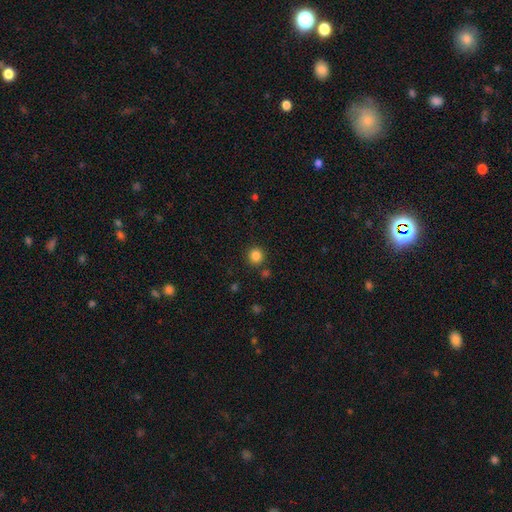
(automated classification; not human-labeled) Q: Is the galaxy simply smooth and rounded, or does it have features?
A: smooth — 84%.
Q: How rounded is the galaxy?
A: round — 92%.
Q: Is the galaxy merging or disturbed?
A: none — 87%.